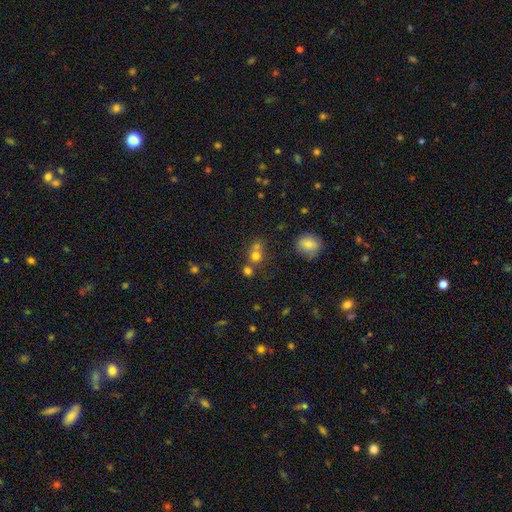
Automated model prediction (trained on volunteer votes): smooth_or_featured: smooth (p=0.72) [alt: star or artifact p=0.16]
how_rounded: round (p=0.82) [alt: in between p=0.17]
merging: merger (p=0.45) [alt: none p=0.43]